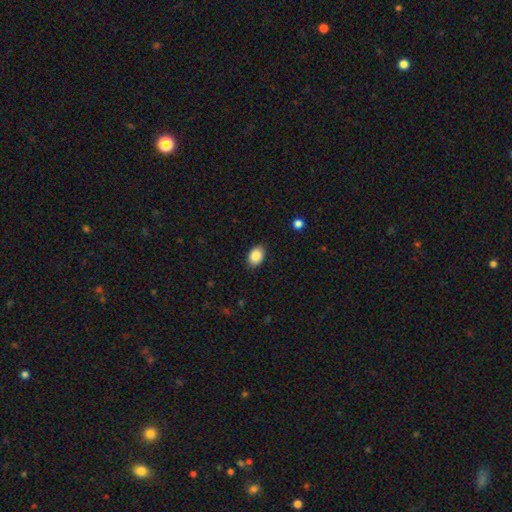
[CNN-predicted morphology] Smooth or featured: smooth — 88% (star or artifact — 7%)
How rounded: in between — 80% (round — 19%)
Merging: none — 87% (minor disturbance — 10%)